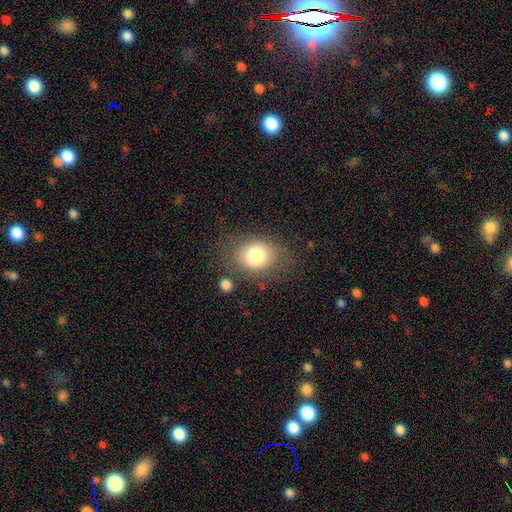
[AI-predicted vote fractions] Morphology: type=smooth (77%); roundness=in between (55%); merging=none (72%).